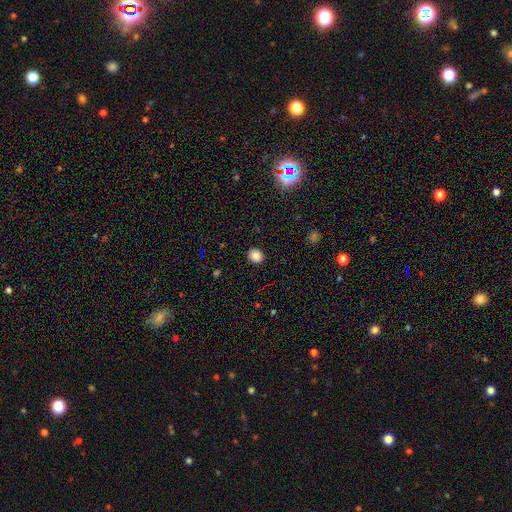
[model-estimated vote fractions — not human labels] This is clearly a smooth galaxy (85%). How rounded: likely round (78%). Merging: clearly none (91%).